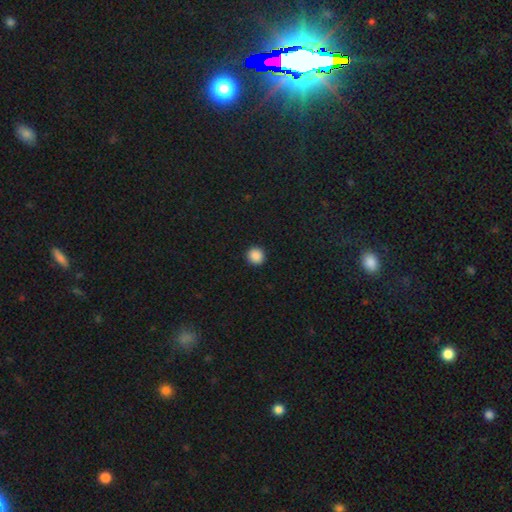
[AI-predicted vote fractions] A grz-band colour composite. It shows a smooth galaxy with no disk features (88%) that is round (94%). Merging: none (93%).